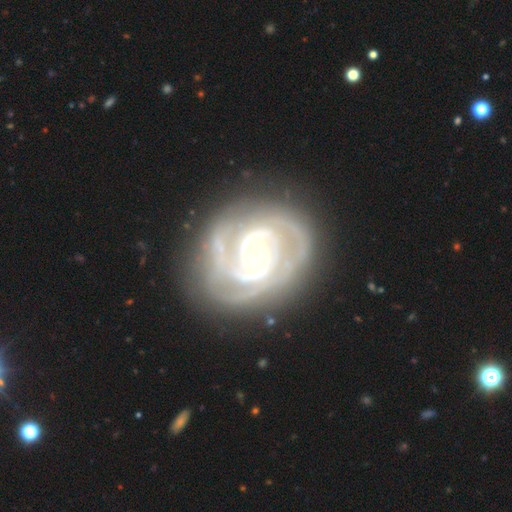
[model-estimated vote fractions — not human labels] featured or disk 89%, smooth 6%, star or artifact 5%. Down the decision tree: edge-on disk — no (97%); bar — weak (43%); spiral arms — yes (96%); spiral arm count — 2 (47%); spiral winding — tight (67%); bulge size — moderate (55%); merging — none (77%).